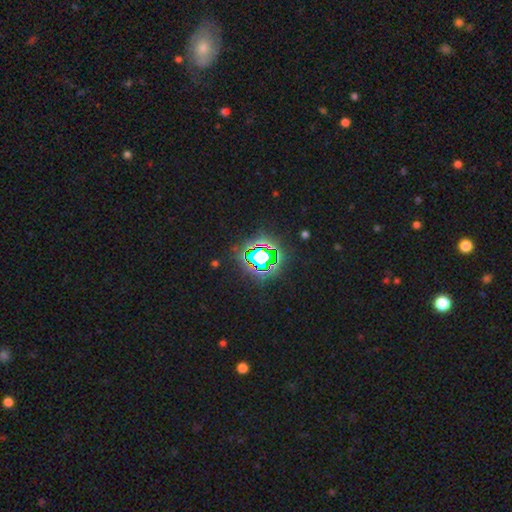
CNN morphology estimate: Smooth or featured: star or artifact — 75% (smooth — 16%)